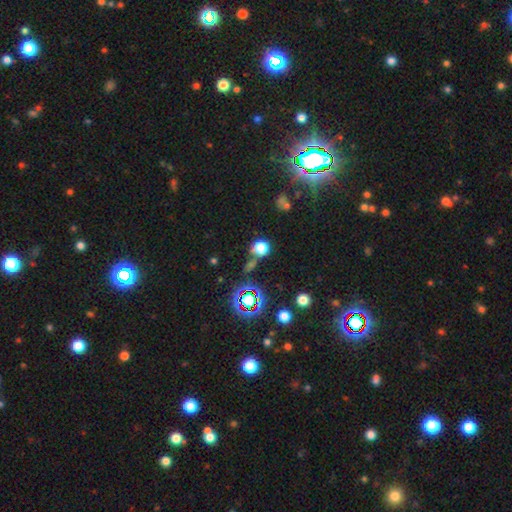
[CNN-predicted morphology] Smooth or featured?
  - star or artifact: 76% *
  - smooth: 16%
  - featured or disk: 9%